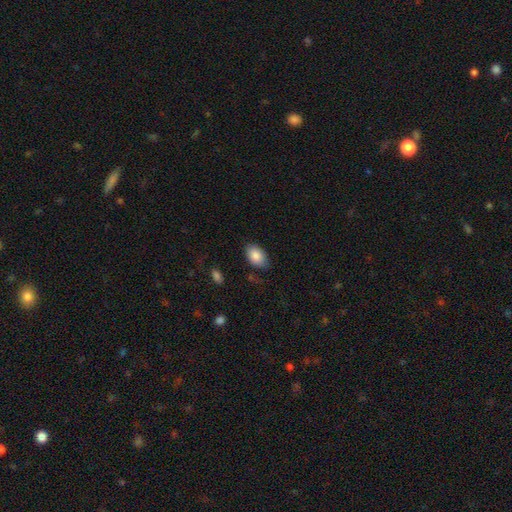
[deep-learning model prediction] Q: Smooth or featured?
A: smooth (87%); runner-up: star or artifact (7%)
Q: How rounded?
A: in between (90%); runner-up: round (9%)
Q: Merging?
A: none (78%); runner-up: minor disturbance (16%)